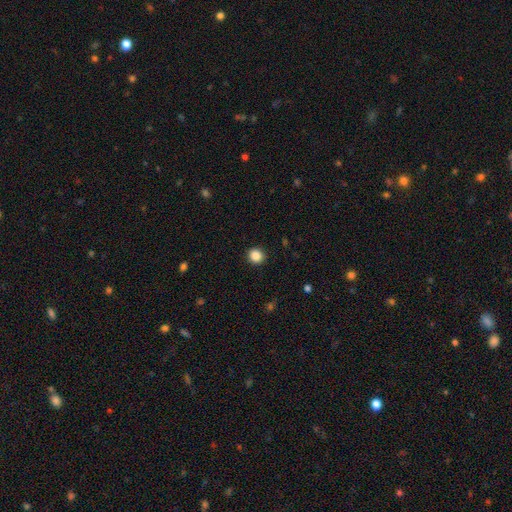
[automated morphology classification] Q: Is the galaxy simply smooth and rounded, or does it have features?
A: smooth — 87%.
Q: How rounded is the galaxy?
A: round — 88%.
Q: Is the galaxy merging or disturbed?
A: none — 92%.